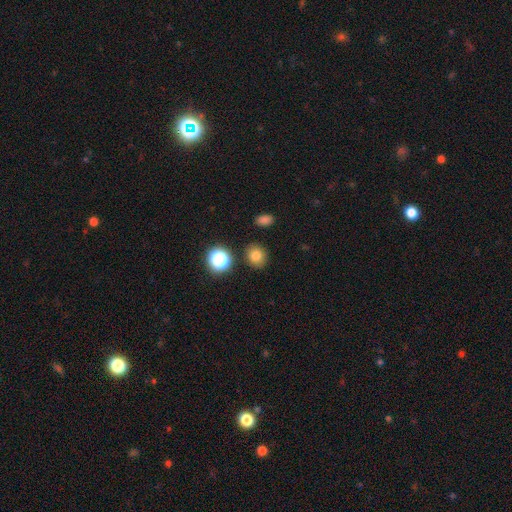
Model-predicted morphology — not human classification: Smooth or featured? smooth (78%)
How rounded? round (77%)
Merging? none (87%)